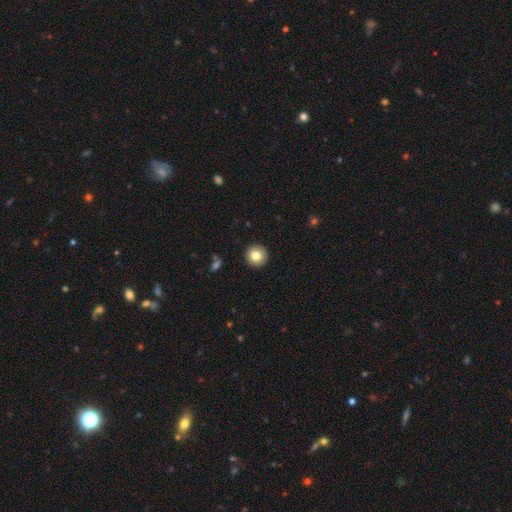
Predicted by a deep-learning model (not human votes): Morphology: type=smooth (82%); roundness=round (95%); merging=none (93%).